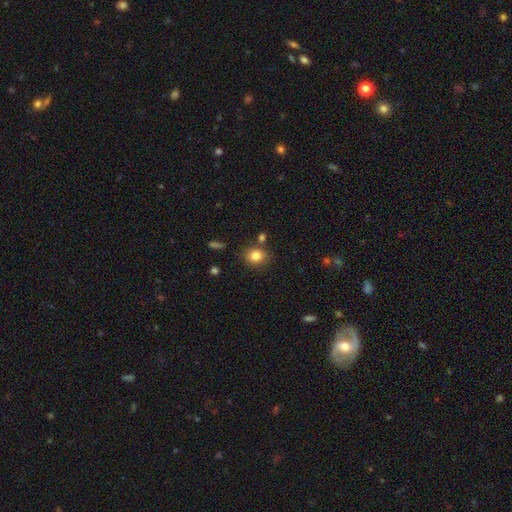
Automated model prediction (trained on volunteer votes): Smooth or featured? Predicted: smooth (p=0.82). How rounded? Predicted: round (p=0.69). Merging? Predicted: none (p=0.78).